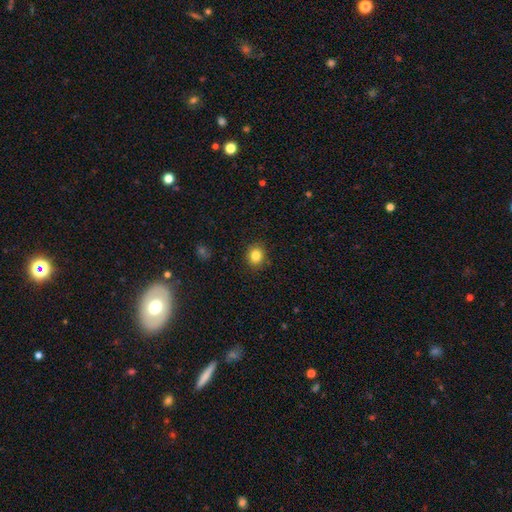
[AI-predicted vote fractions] A smooth galaxy with no disk features (83%) that is round (70%).

Vote fractions:
- Smooth or featured? smooth: 83% / star or artifact: 10% / featured or disk: 6%
- How rounded? round: 70% / in between: 29% / cigar-shaped: 1%
- Merging? none: 89% / minor disturbance: 8% / major disturbance: 2% / merger: 1%